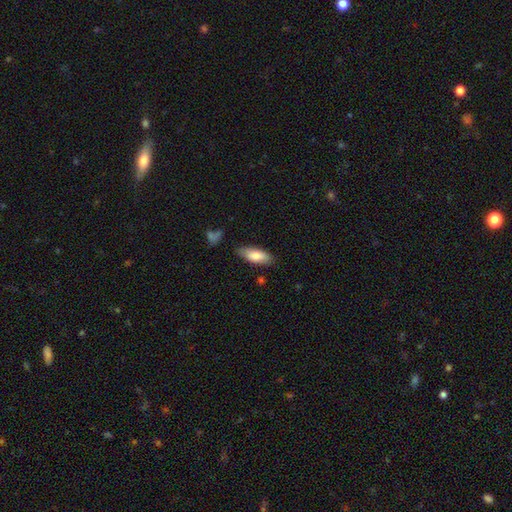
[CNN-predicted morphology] A smooth galaxy with no disk features (81%) that is in between round and cigar-shaped (77%). Merging: none (80%).